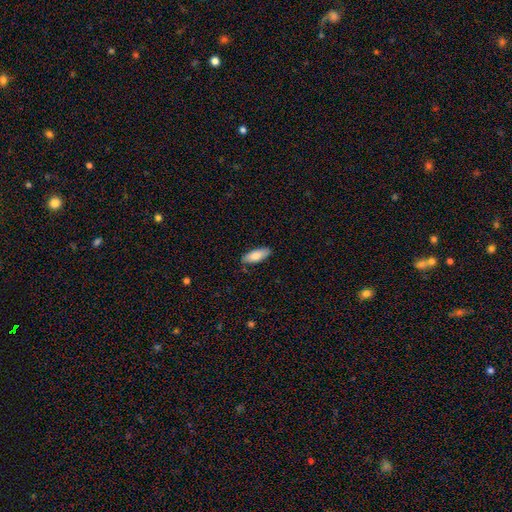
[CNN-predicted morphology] A smooth galaxy with no disk features (81%) that is in between round and cigar-shaped (74%).

Vote fractions:
- Smooth or featured? smooth: 81% / featured or disk: 13% / star or artifact: 6%
- How rounded? in between: 74% / cigar-shaped: 24% / round: 2%
- Merging? none: 82% / minor disturbance: 14% / major disturbance: 2% / merger: 1%